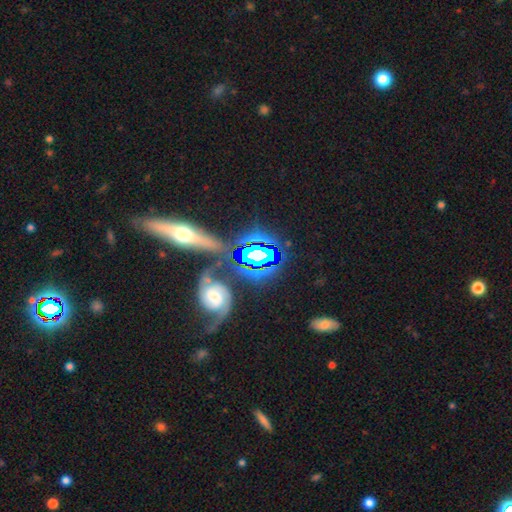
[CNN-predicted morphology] This appears to be a star or artifact, not a galaxy (43%).